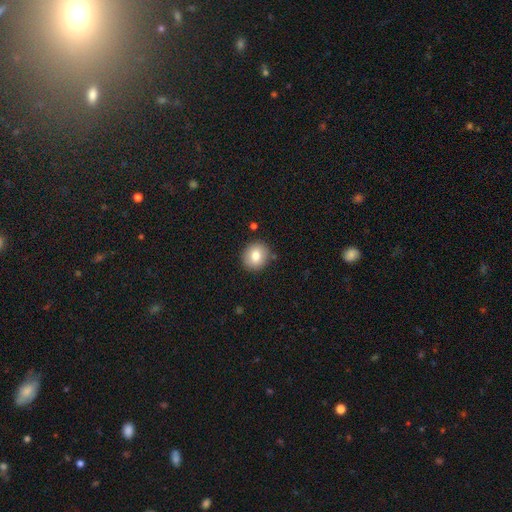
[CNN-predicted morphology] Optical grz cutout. It shows a smooth galaxy with no disk features (80%) that is round (82%). Merging: none (87%).